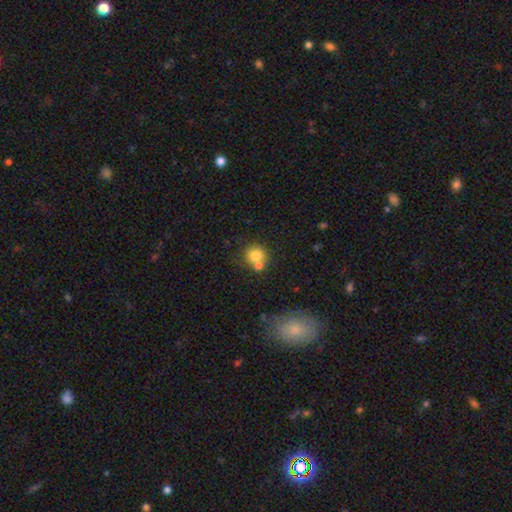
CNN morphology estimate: type=smooth (77%); roundness=round (83%); merging=none (50%).